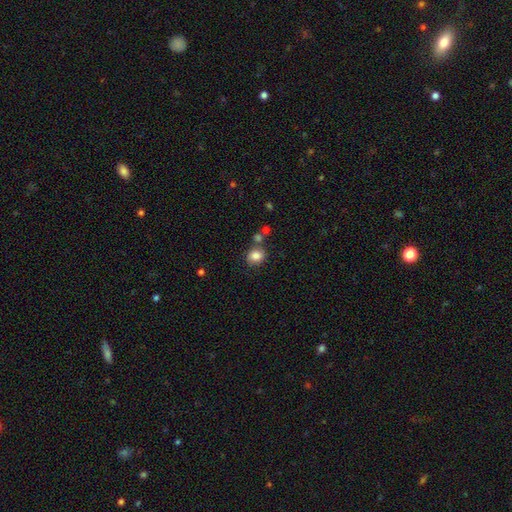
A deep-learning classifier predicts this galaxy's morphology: Overall: smooth (84%). How rounded: round (63%; in between 36%). Merging: none (68%).